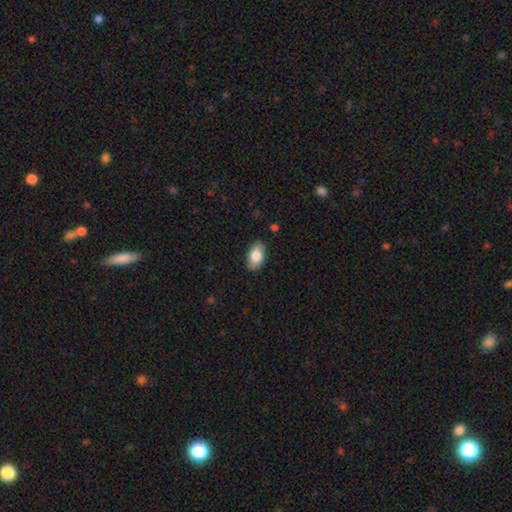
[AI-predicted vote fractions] smooth-or-featured: smooth: 84% | featured or disk: 10% | star or artifact: 6%
  how-rounded: in between: 93% | round: 5% | cigar-shaped: 2%
  merging: none: 87% | minor disturbance: 9% | major disturbance: 2% | merger: 1%